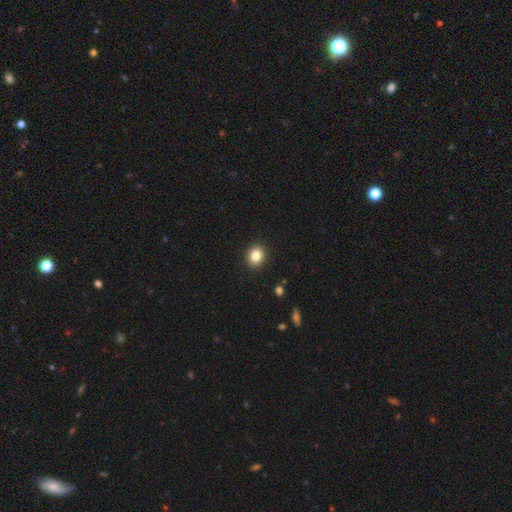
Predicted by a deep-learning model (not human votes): Overall: smooth (83%). How rounded: round (72%). Merging: none (92%).